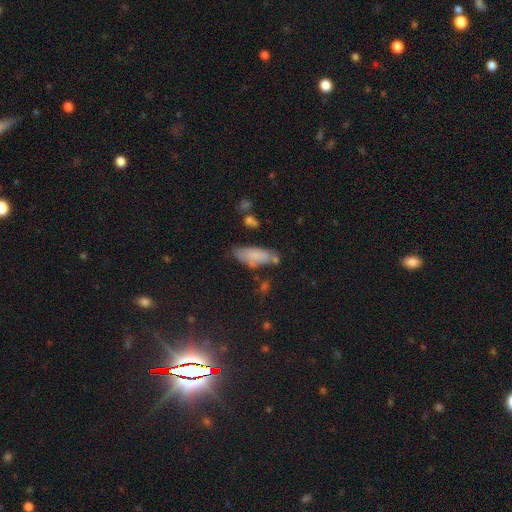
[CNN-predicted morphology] type=smooth (78%); roundness=in between (68%); merging=none (64%).